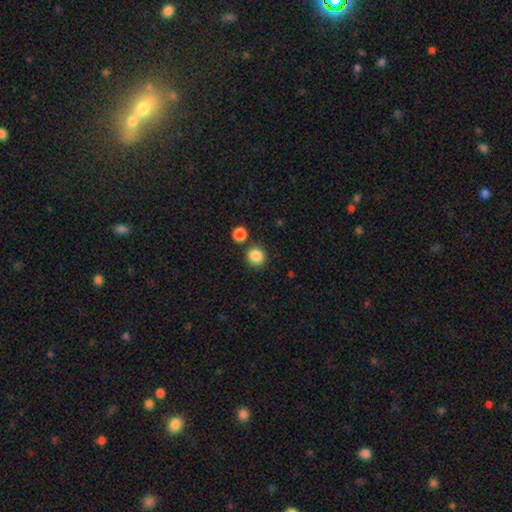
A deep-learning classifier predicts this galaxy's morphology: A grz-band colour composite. It shows a smooth galaxy with no disk features (86%) that is round (92%). Merging: none (83%).